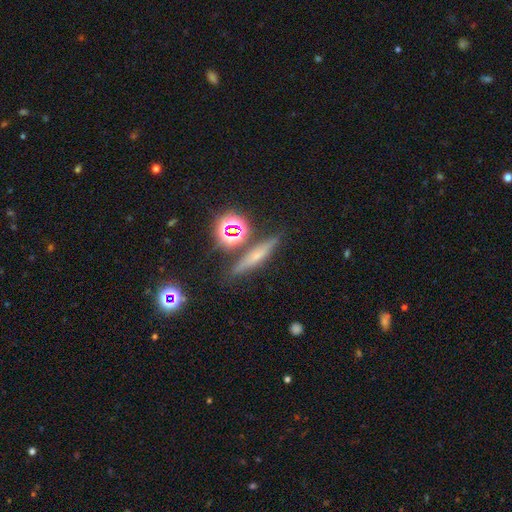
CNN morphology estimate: smooth_or_featured: smooth (p=0.42) [alt: featured or disk p=0.35]
merging: none (p=0.81) [alt: minor disturbance p=0.10]